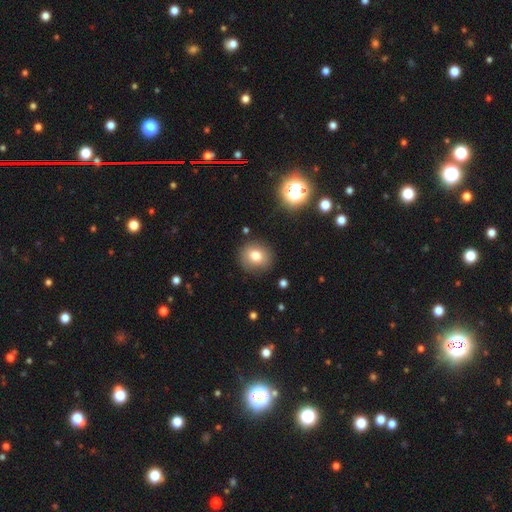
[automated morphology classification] The model was most divided on "smooth or featured": smooth: 76%, star or artifact: 13%, featured or disk: 11%. More confident: merging — none (87%); how rounded — round (81%).